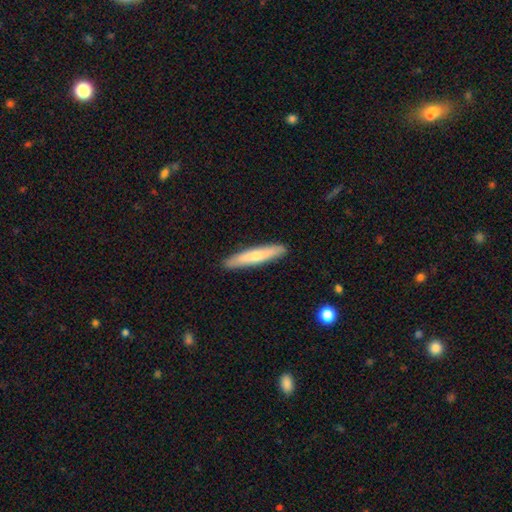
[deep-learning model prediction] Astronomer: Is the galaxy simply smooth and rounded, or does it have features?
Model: smooth — 64%.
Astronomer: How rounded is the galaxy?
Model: cigar-shaped — 92%.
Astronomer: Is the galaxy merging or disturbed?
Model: none — 91%.